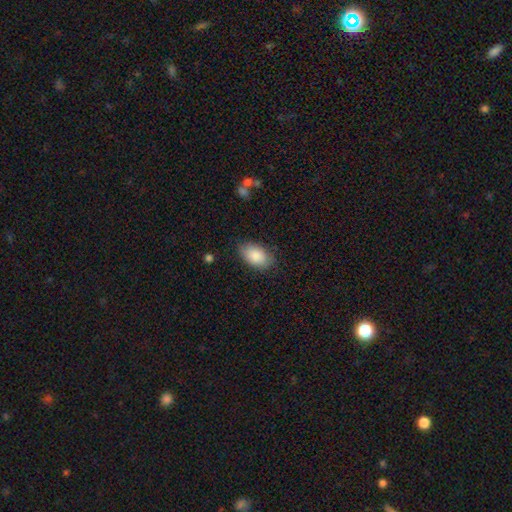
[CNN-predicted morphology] Smooth or featured: smooth — 88% (star or artifact — 6%)
How rounded: in between — 93% (round — 6%)
Merging: none — 83% (minor disturbance — 13%)